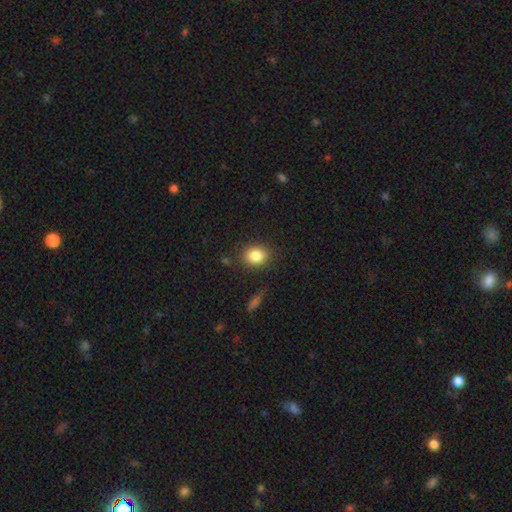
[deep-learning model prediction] This appears to be a smooth galaxy with no disk features (84%) that is round (62%). Merging: none (83%).